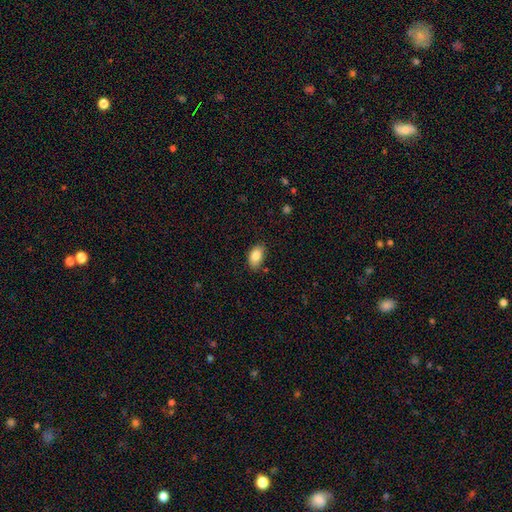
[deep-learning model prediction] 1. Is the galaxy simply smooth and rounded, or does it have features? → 86% smooth, 7% star or artifact, 7% featured or disk.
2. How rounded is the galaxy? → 92% in between, 7% round, 2% cigar-shaped.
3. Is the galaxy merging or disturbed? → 77% none, 18% minor disturbance, 3% major disturbance, 2% merger.